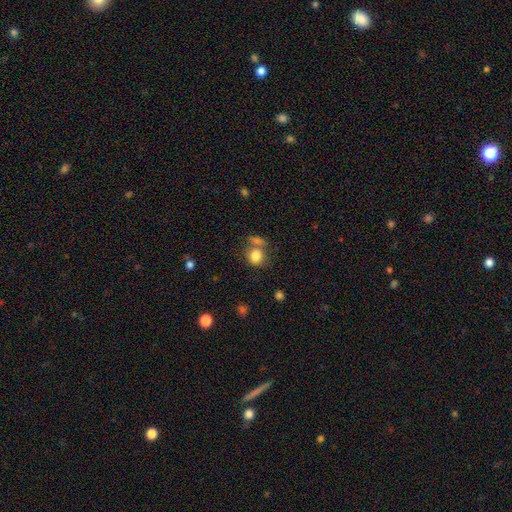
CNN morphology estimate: smooth 82%, star or artifact 10%, featured or disk 8%. Down the decision tree: how rounded — round (74%); merging — none (53%).